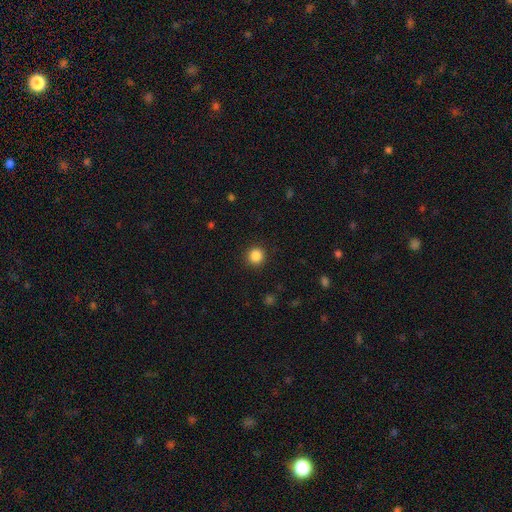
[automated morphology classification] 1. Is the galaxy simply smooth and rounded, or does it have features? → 86% smooth, 10% star or artifact, 3% featured or disk.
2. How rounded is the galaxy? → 94% round, 5% in between, 1% cigar-shaped.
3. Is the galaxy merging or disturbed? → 91% none, 6% minor disturbance, 2% major disturbance, 1% merger.